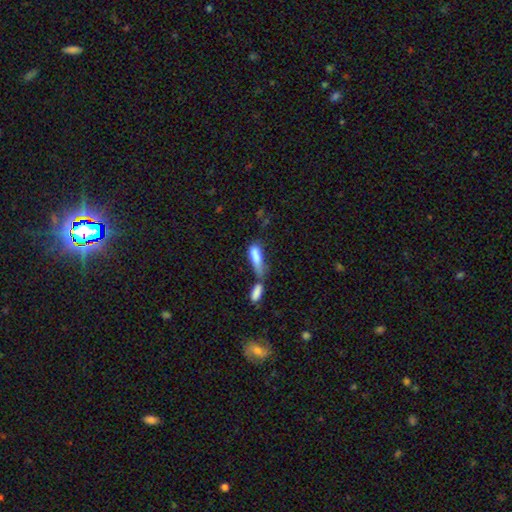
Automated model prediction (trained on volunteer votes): smooth 78%, featured or disk 14%, star or artifact 8%. Down the decision tree: how rounded — cigar-shaped (53%); merging — merger (55%).